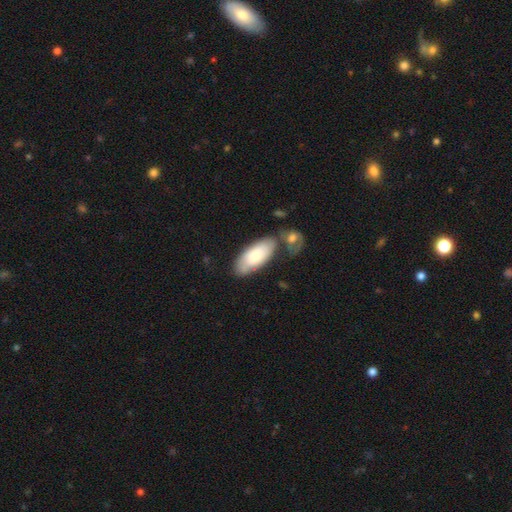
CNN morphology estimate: Smooth or featured: smooth — 69% (featured or disk — 26%)
How rounded: in between — 87% (cigar-shaped — 11%)
Merging: none — 58% (merger — 19%)